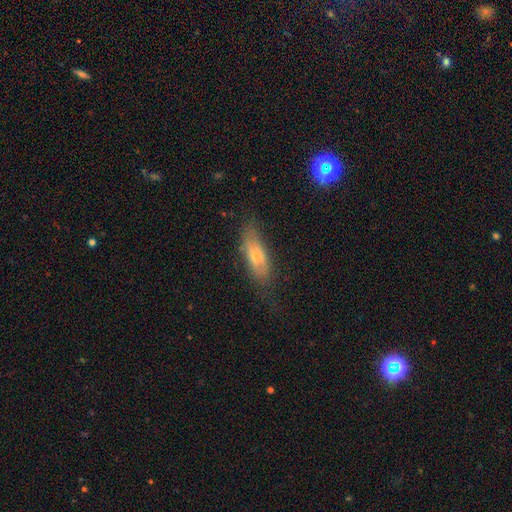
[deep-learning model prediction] Overall: smooth (58%; featured or disk 33%). How rounded: in between (57%; cigar-shaped 40%). Merging: none (63%; minor disturbance 25%).